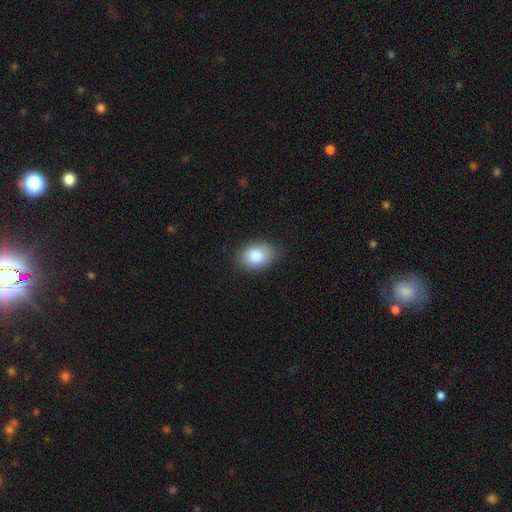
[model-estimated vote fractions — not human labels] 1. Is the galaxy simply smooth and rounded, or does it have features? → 84% smooth, 8% featured or disk, 7% star or artifact.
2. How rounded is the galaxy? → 78% in between, 21% round, 1% cigar-shaped.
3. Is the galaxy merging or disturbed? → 84% none, 12% minor disturbance, 3% major disturbance, 1% merger.